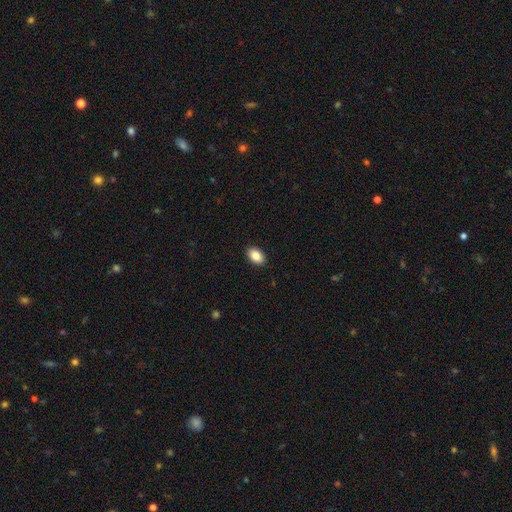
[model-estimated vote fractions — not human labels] A smooth galaxy with no disk features (87%) that is in between round and cigar-shaped (90%).

Vote fractions:
- Smooth or featured? smooth: 87% / star or artifact: 8% / featured or disk: 5%
- How rounded? in between: 90% / round: 9% / cigar-shaped: 1%
- Merging? none: 91% / minor disturbance: 6% / major disturbance: 2% / merger: 1%